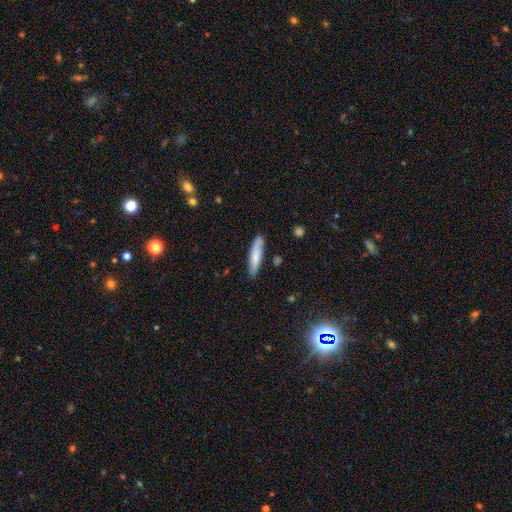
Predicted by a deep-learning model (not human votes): Smooth or featured: smooth — 73% (featured or disk — 21%)
How rounded: cigar-shaped — 82% (in between — 17%)
Merging: none — 84% (minor disturbance — 12%)